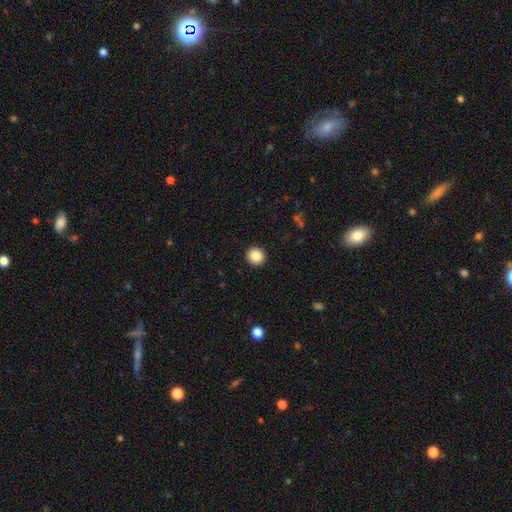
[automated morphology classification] Smooth or featured?
  - smooth: 86% *
  - star or artifact: 9%
  - featured or disk: 5%
How rounded?
  - round: 93% *
  - in between: 6%
  - cigar-shaped: 1%
Merging?
  - none: 93% *
  - minor disturbance: 4%
  - major disturbance: 2%
  - merger: 1%